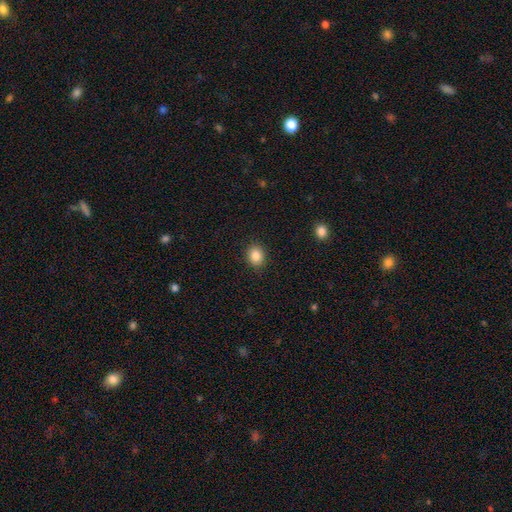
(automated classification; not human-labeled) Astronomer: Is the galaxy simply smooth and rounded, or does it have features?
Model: smooth — 86%.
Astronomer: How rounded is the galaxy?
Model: round — 60% (runner-up: in between, 39%).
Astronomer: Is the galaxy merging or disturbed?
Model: none — 89%.